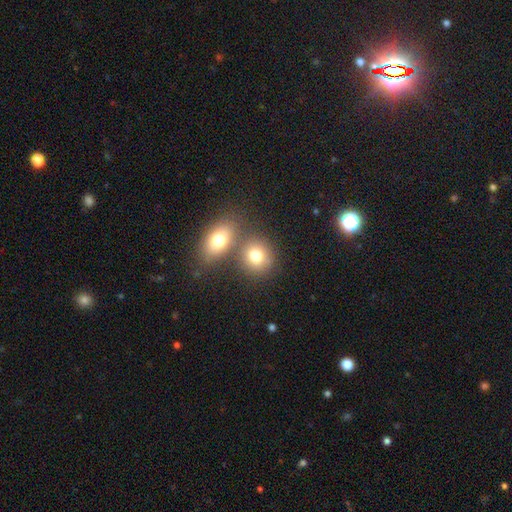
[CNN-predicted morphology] This is likely a smooth galaxy (78%). How rounded: likely round (67%). Merging: possibly none (54%).